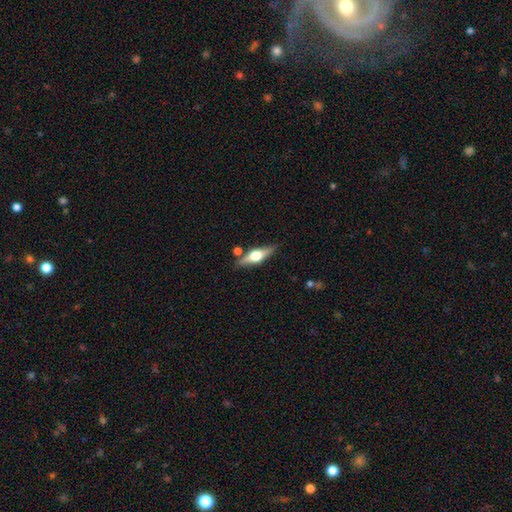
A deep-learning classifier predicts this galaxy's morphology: Smooth or featured? Predicted: featured or disk (p=0.67). Edge-on disk? Predicted: yes (p=0.95). Edge-on bulge? Predicted: rounded (p=0.95). Merging? Predicted: none (p=0.82).